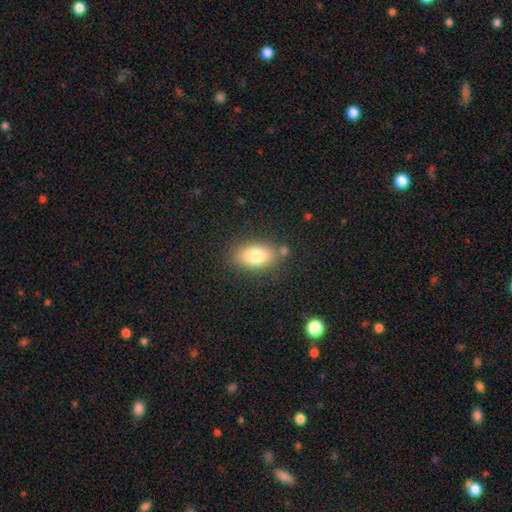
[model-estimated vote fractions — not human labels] smooth_or_featured: smooth (p=0.79) [alt: featured or disk p=0.12]
how_rounded: in between (p=0.89) [alt: round p=0.08]
merging: none (p=0.76) [alt: minor disturbance p=0.13]